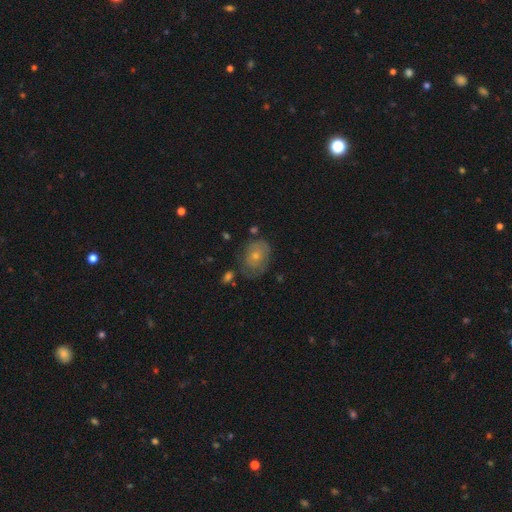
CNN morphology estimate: smooth-or-featured: smooth: 54% | featured or disk: 37% | star or artifact: 9%
  how-rounded: in between: 60% | round: 39% | cigar-shaped: 1%
  merging: none: 59% | minor disturbance: 27% | major disturbance: 10% | merger: 4%